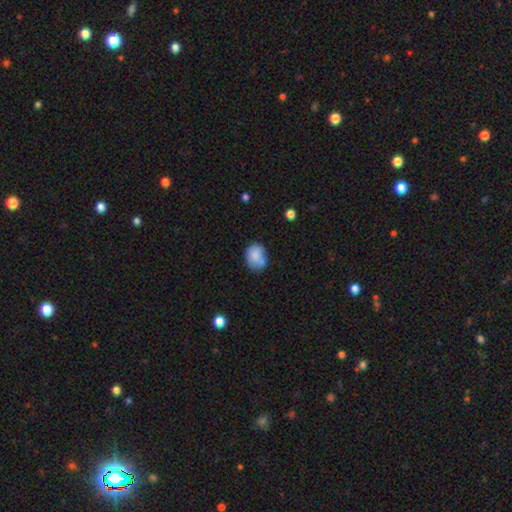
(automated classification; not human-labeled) The model was most divided on "how rounded": in between: 52%, round: 47%, cigar-shaped: 1%. Remaining: smooth or featured — smooth (79%); merging — none (49%).